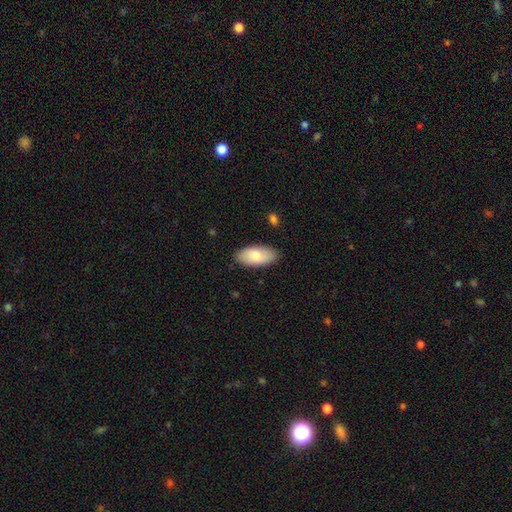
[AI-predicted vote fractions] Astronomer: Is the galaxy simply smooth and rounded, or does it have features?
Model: smooth — 77%.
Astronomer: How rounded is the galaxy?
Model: in between — 93%.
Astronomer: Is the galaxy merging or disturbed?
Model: none — 86%.